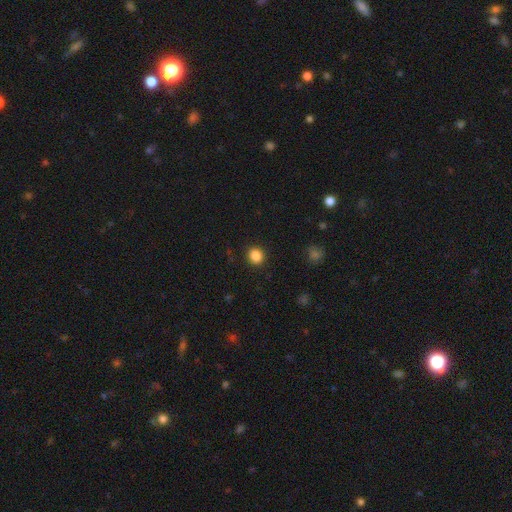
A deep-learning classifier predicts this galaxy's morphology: A smooth galaxy with no disk features (87%) that is round (74%). Merging: none (90%).